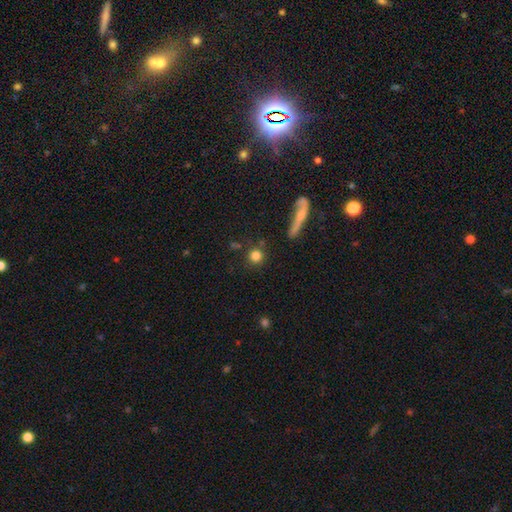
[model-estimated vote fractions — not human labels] The model was most divided on "smooth or featured": smooth: 81%, star or artifact: 11%, featured or disk: 8%. More confident: how rounded — round (91%); merging — none (81%).